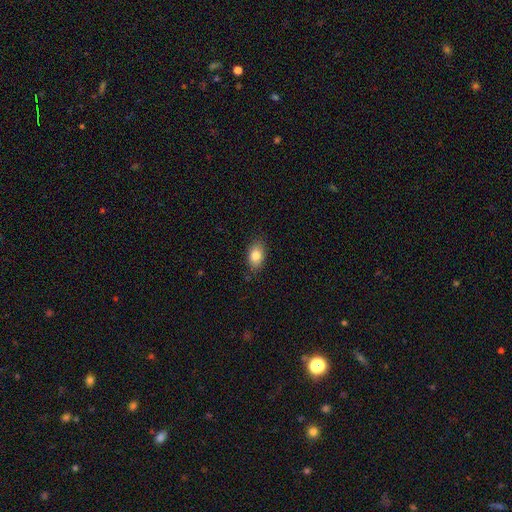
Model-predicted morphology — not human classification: This appears to be a smooth galaxy with no disk features (83%) that is in between round and cigar-shaped (82%). Merging: none (82%).